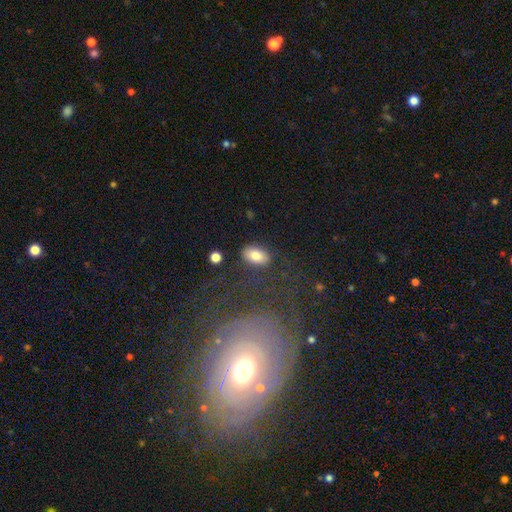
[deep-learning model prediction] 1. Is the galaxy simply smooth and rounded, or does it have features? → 82% smooth, 10% featured or disk, 8% star or artifact.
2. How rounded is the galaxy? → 91% in between, 7% round, 2% cigar-shaped.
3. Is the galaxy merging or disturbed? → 81% none, 12% minor disturbance, 4% major disturbance, 3% merger.